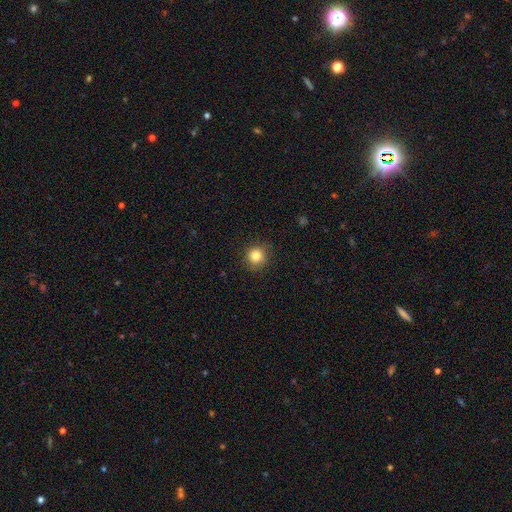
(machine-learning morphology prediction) This is clearly a smooth galaxy (83%). How rounded: clearly round (92%). Merging: clearly none (87%).